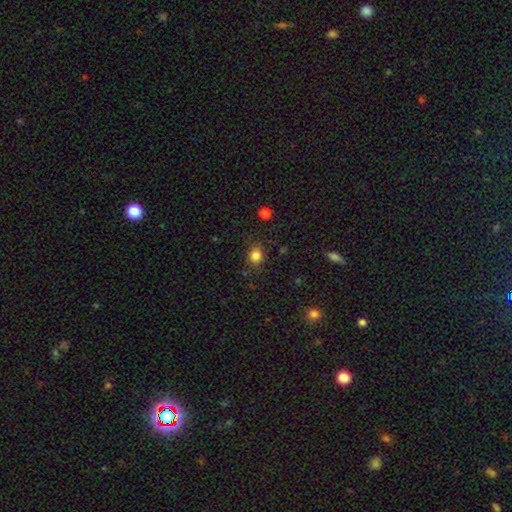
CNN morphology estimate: Overall: smooth (84%). How rounded: round (63%; in between 36%). Merging: none (82%).